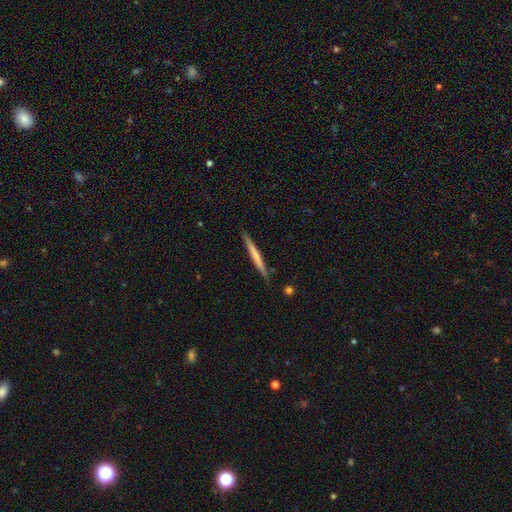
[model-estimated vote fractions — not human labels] Overall: smooth (52%; featured or disk 43%). How rounded: cigar-shaped (97%). Merging: none (88%).